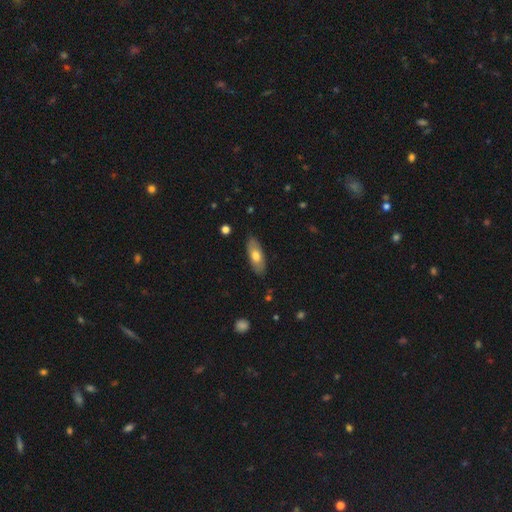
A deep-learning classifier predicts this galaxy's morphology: A smooth galaxy with no disk features (67%) that is in between round and cigar-shaped (77%).

Vote fractions:
- Smooth or featured? smooth: 67% / featured or disk: 28% / star or artifact: 6%
- How rounded? in between: 77% / cigar-shaped: 20% / round: 3%
- Merging? none: 85% / minor disturbance: 11% / major disturbance: 2% / merger: 1%